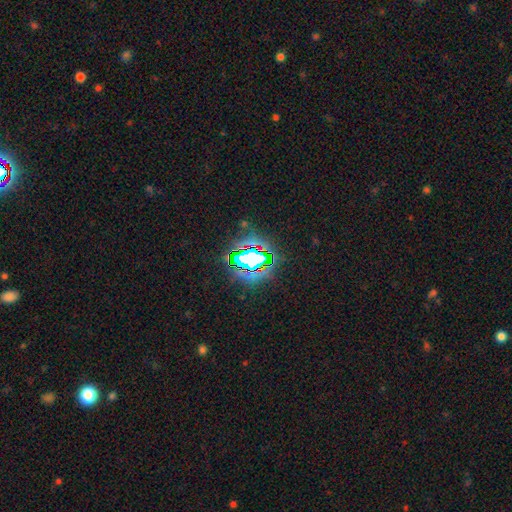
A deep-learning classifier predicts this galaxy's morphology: A star or artifact, not a galaxy (67%).